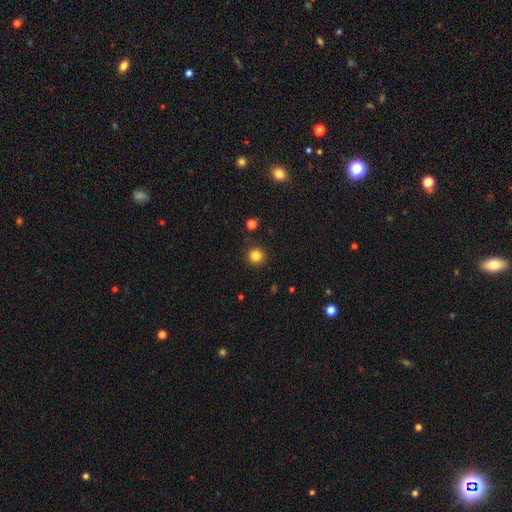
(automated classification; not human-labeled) smooth-or-featured: smooth: 84% | star or artifact: 12% | featured or disk: 4%
  how-rounded: round: 95% | in between: 4% | cigar-shaped: 1%
  merging: none: 91% | minor disturbance: 5% | major disturbance: 2% | merger: 1%